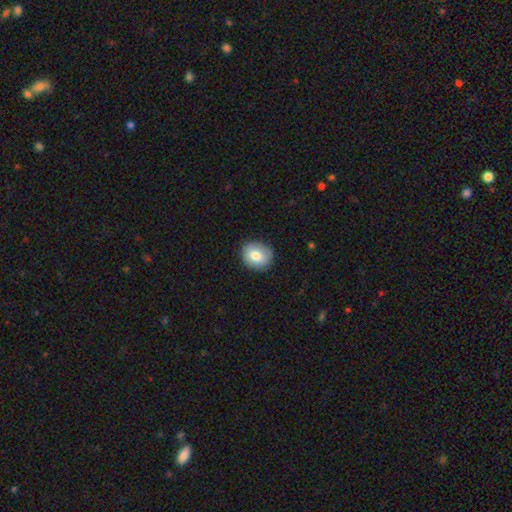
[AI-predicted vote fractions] smooth 79%, featured or disk 13%, star or artifact 8%. Down the decision tree: how rounded — round (66%); merging — none (83%).